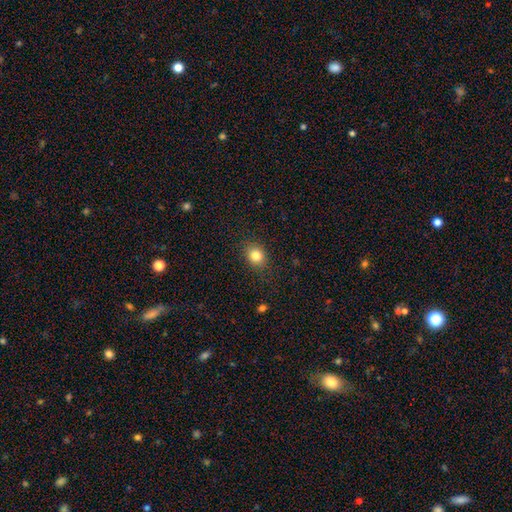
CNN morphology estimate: type=smooth (83%); roundness=round (59%); merging=none (85%).